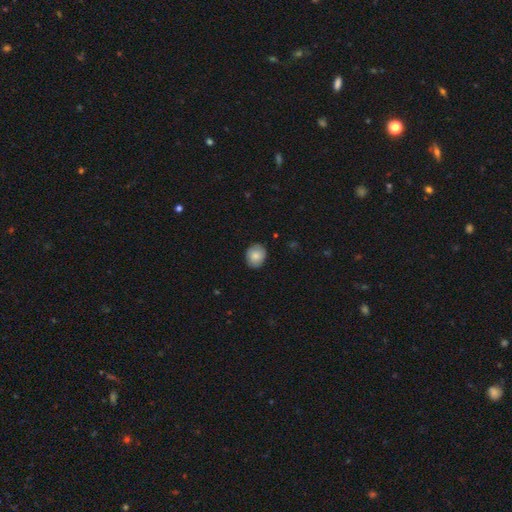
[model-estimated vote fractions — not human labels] Q: Smooth or featured?
A: smooth (83%); runner-up: featured or disk (10%)
Q: How rounded?
A: round (66%); runner-up: in between (33%)
Q: Merging?
A: none (85%); runner-up: minor disturbance (12%)